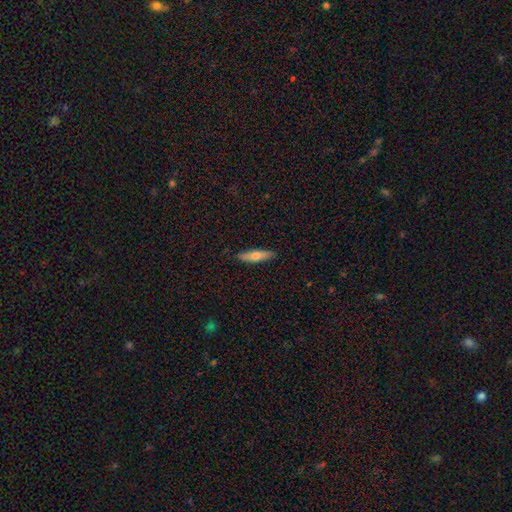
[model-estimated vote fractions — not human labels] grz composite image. It shows a smooth galaxy with no disk features (61%) that is cigar-shaped (72%). Merging: none (90%).